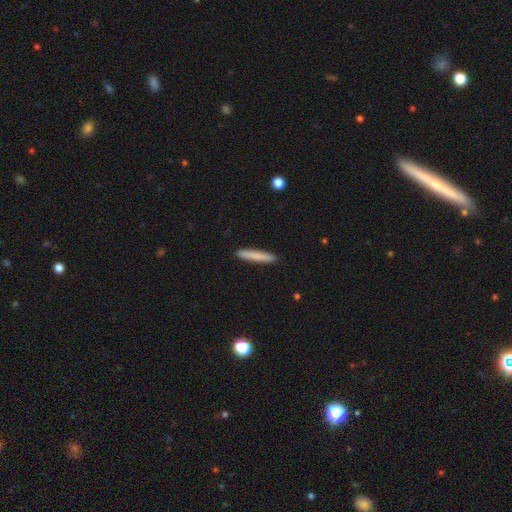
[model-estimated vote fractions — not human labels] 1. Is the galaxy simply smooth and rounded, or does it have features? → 80% smooth, 14% featured or disk, 6% star or artifact.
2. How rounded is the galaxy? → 95% cigar-shaped, 4% in between, 1% round.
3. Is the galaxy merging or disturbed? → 92% none, 6% minor disturbance, 1% major disturbance, 1% merger.